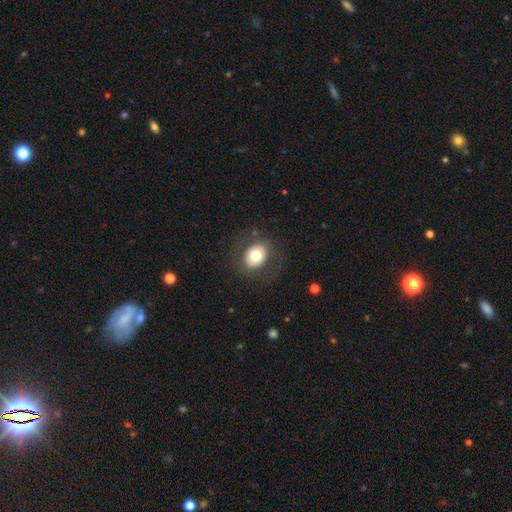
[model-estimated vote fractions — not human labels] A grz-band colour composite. It shows a smooth galaxy with no disk features (71%) that is round (52%). Merging: none (80%).